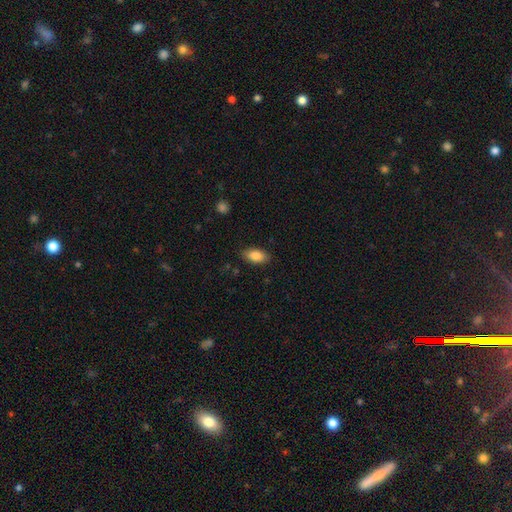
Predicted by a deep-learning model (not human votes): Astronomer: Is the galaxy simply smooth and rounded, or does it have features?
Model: smooth — 86%.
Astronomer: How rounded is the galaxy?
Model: in between — 91%.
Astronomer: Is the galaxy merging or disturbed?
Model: none — 86%.